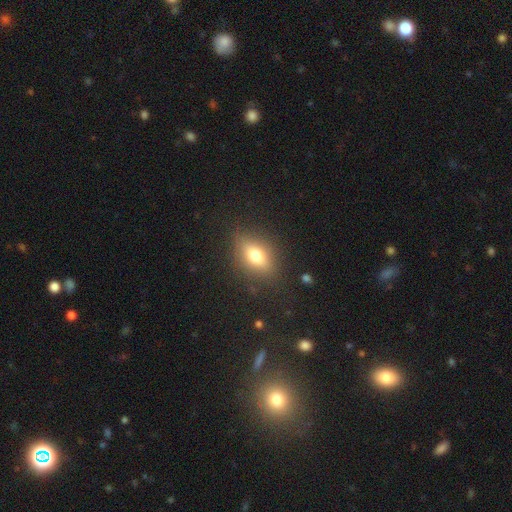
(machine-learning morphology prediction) This appears to be a smooth galaxy with no disk features (70%) that is in between round and cigar-shaped (75%). Merging: none (82%).